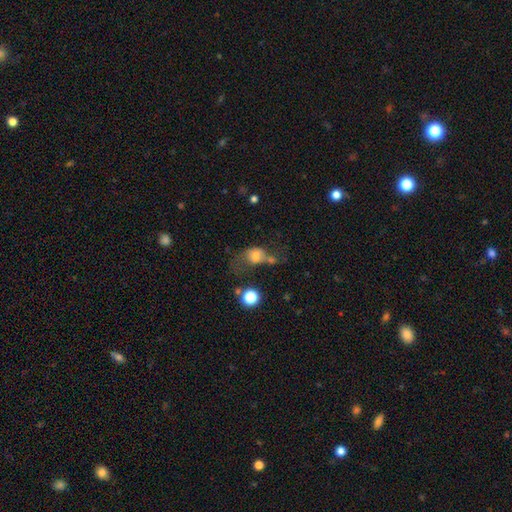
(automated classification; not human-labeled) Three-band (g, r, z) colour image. It shows a smooth galaxy with no disk features (61%) that is in between round and cigar-shaped (54%). Merging: major disturbance (35%).